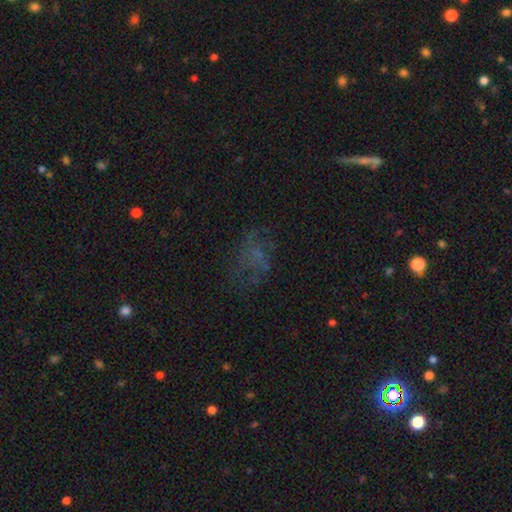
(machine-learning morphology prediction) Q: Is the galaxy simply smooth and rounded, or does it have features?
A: featured or disk — 39%.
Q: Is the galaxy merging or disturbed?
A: none — 48%.